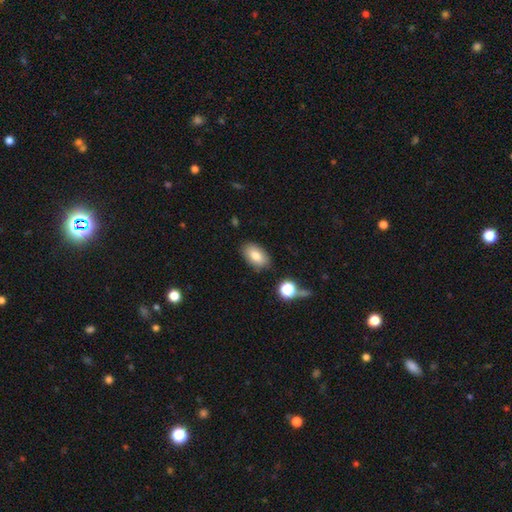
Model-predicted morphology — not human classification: This is likely a smooth galaxy (80%). How rounded: clearly in between (92%). Merging: clearly none (84%).